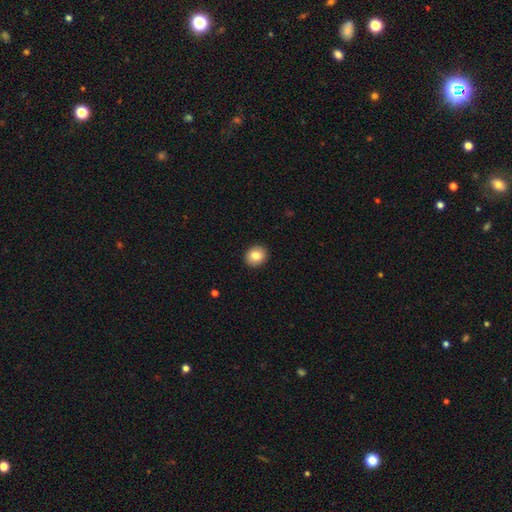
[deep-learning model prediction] Smooth or featured: smooth — 83% (star or artifact — 9%)
How rounded: round — 77% (in between — 22%)
Merging: none — 92% (minor disturbance — 6%)